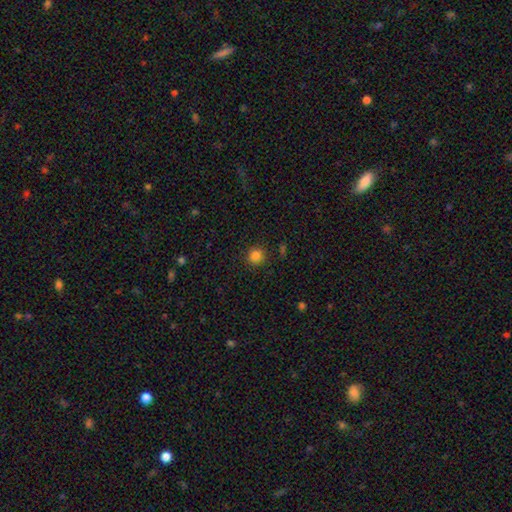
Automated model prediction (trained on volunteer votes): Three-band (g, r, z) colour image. It shows a smooth galaxy with no disk features (84%) that is round (93%). Merging: none (89%).